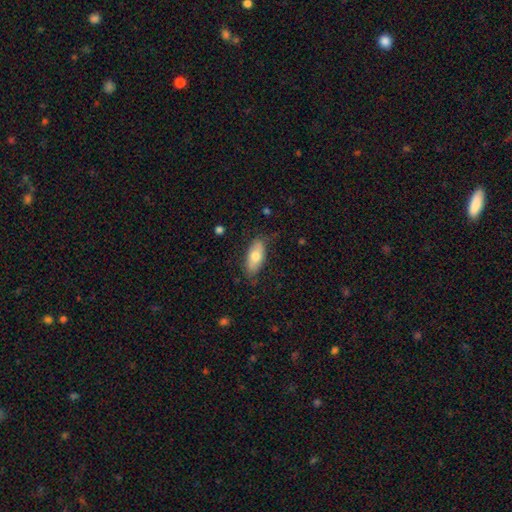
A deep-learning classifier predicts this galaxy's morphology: Overall: smooth (71%). How rounded: in between (84%). Merging: none (77%).